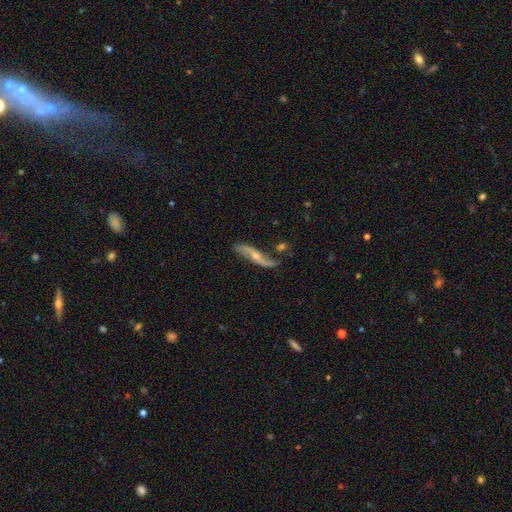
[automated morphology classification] Q: Smooth or featured?
A: featured or disk (84%); runner-up: smooth (10%)
Q: Edge-on disk?
A: no (77%); runner-up: yes (23%)
Q: Bar?
A: no (56%); runner-up: weak (30%)
Q: Spiral arms?
A: yes (93%); runner-up: no (7%)
Q: Spiral winding?
A: loose (83%); runner-up: medium (12%)
Q: Spiral arm count?
A: 2 (92%); runner-up: 1 (3%)
Q: Bulge size?
A: small (50%); runner-up: moderate (43%)
Q: Merging?
A: none (69%); runner-up: minor disturbance (19%)